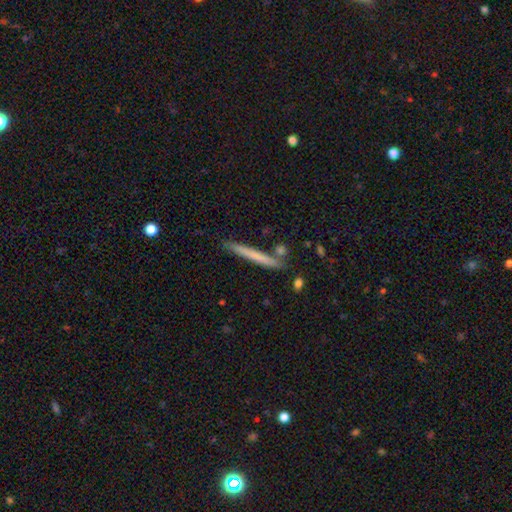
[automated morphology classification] Smooth or featured: smooth — 63% (featured or disk — 31%)
How rounded: cigar-shaped — 97% (in between — 2%)
Merging: none — 84% (minor disturbance — 10%)